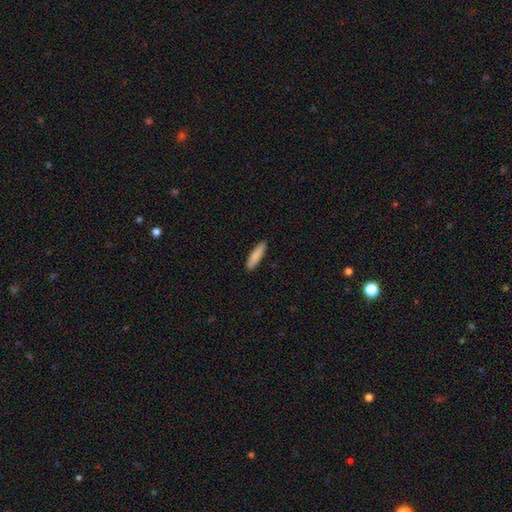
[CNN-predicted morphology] type=smooth (87%); roundness=cigar-shaped (73%); merging=none (90%).